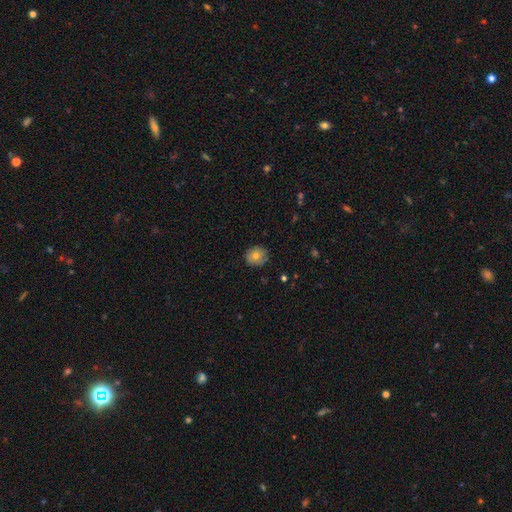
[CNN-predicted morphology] Smooth or featured?
  - smooth: 75% *
  - featured or disk: 16%
  - star or artifact: 10%
How rounded?
  - round: 82% *
  - in between: 17%
  - cigar-shaped: 1%
Merging?
  - none: 83% *
  - minor disturbance: 14%
  - major disturbance: 2%
  - merger: 1%